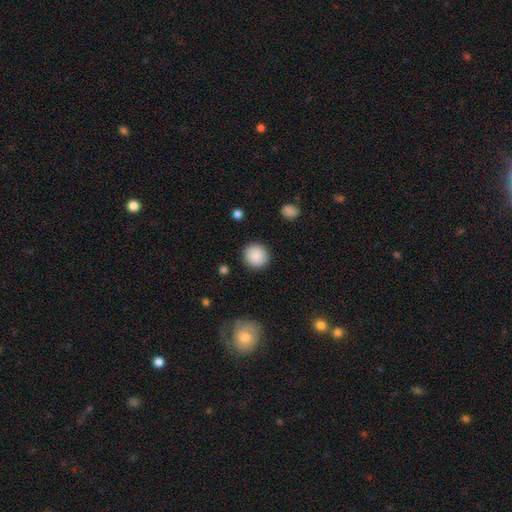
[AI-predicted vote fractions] A smooth galaxy with no disk features (89%) that is round (89%). Merging: none (90%).